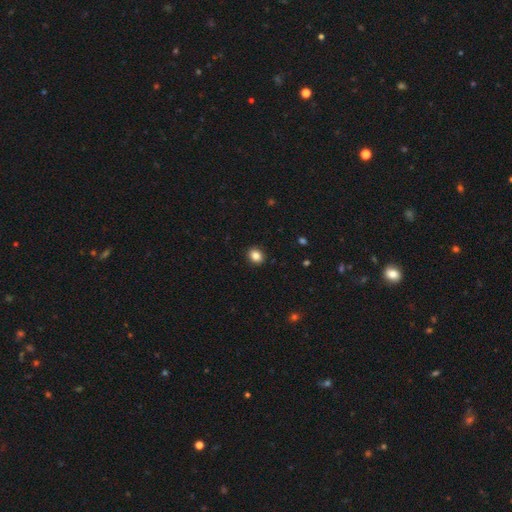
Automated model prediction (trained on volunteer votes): Smooth or featured? smooth (85%)
How rounded? round (62%)
Merging? none (92%)